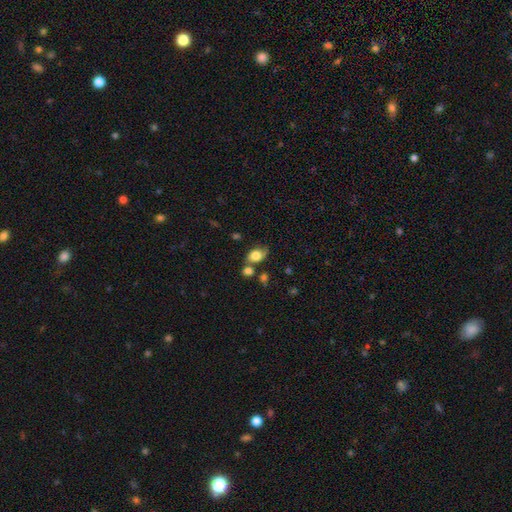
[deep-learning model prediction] Smooth or featured? Predicted: smooth (p=0.77). How rounded? Predicted: in between (p=0.78). Merging? Predicted: none (p=0.52).